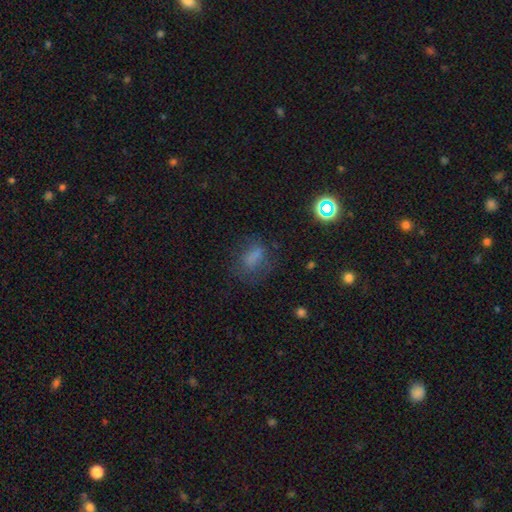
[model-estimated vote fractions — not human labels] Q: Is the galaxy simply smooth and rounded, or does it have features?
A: smooth — 62%.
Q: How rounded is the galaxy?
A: in between — 65%.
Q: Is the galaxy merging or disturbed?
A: none — 61%.